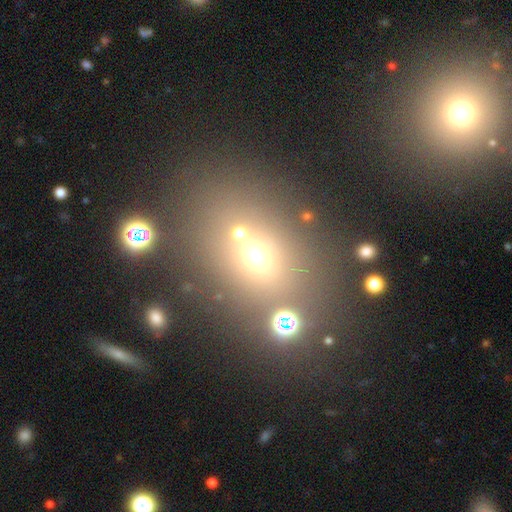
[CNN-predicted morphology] A smooth galaxy with no disk features (57%) that is in between round and cigar-shaped (53%).

Vote fractions:
- Smooth or featured? smooth: 57% / star or artifact: 26% / featured or disk: 17%
- How rounded? in between: 53% / round: 46% / cigar-shaped: 2%
- Merging? none: 66% / merger: 16% / minor disturbance: 12% / major disturbance: 7%